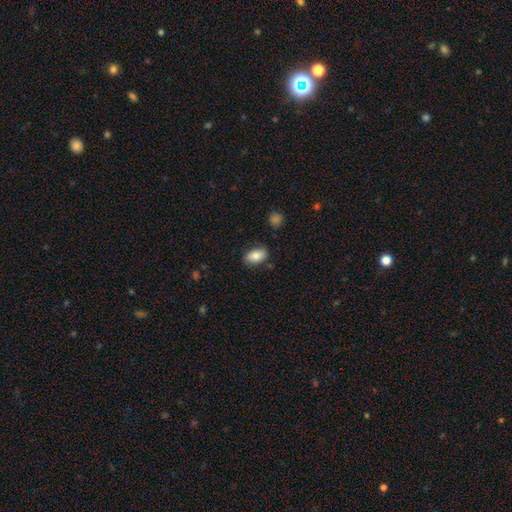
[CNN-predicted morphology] This appears to be a smooth galaxy with no disk features (80%) that is in between round and cigar-shaped (90%). Merging: none (81%).